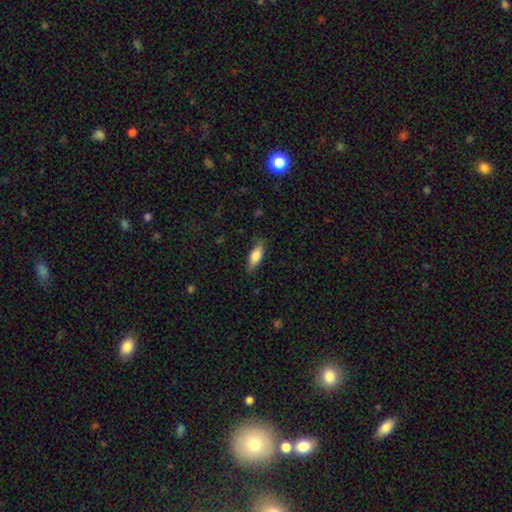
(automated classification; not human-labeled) Morphology: type=smooth (79%); roundness=in between (71%); merging=none (80%).